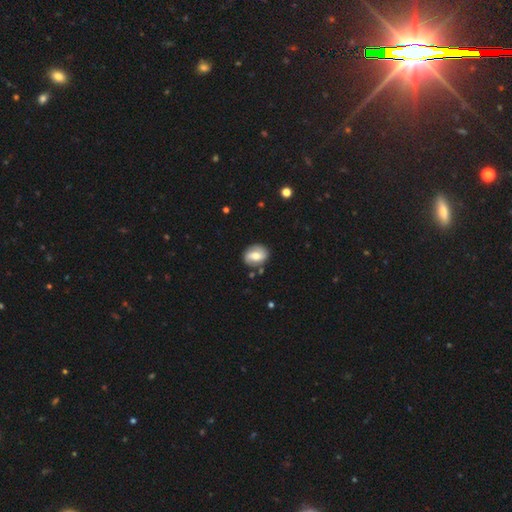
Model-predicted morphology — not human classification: A smooth galaxy with no disk features (47%). Merging: none (79%).